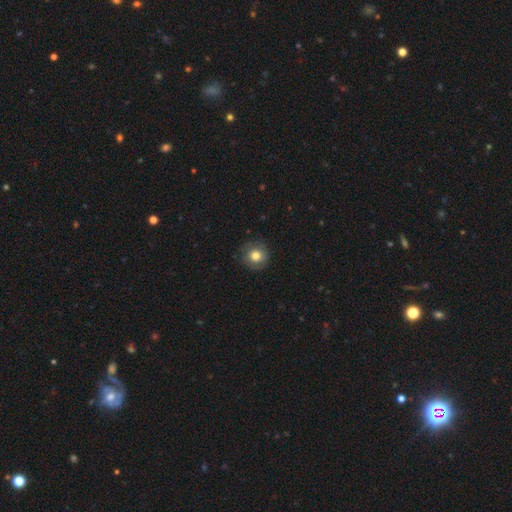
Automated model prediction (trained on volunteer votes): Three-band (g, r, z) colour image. It shows a smooth galaxy with no disk features (74%) that is round (91%). Merging: none (82%).